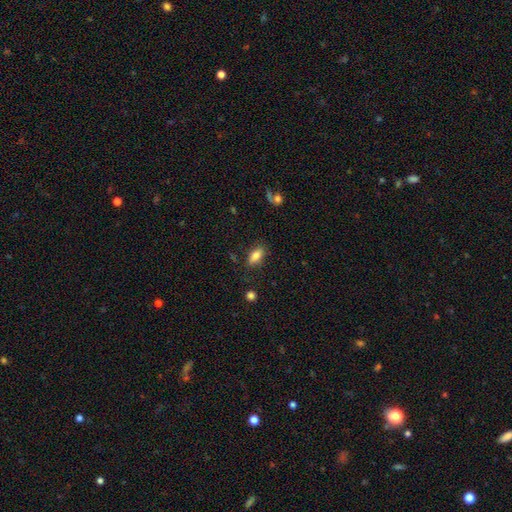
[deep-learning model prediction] Smooth or featured?
  - smooth: 81% *
  - featured or disk: 10%
  - star or artifact: 8%
How rounded?
  - in between: 85% *
  - cigar-shaped: 11%
  - round: 4%
Merging?
  - none: 80% *
  - minor disturbance: 14%
  - major disturbance: 4%
  - merger: 2%